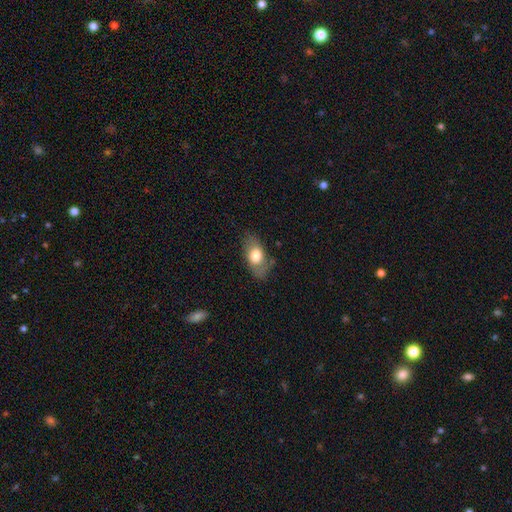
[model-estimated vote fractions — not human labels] smooth 69%, featured or disk 24%, star or artifact 7%. Down the decision tree: how rounded — in between (88%); merging — none (71%).